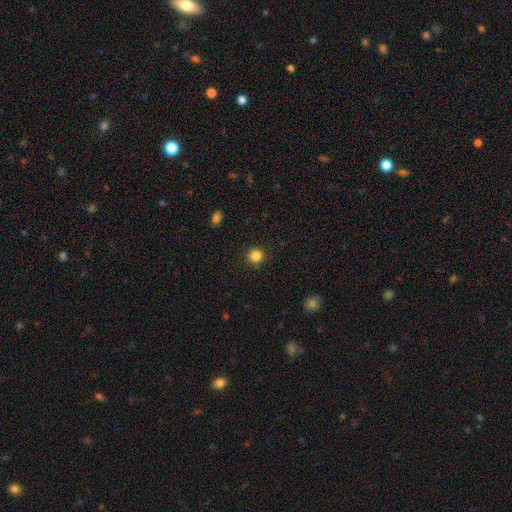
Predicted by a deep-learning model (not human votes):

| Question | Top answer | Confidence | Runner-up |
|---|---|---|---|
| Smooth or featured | smooth | 84% | star or artifact (12%) |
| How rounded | round | 94% | in between (5%) |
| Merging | none | 92% | minor disturbance (5%) |